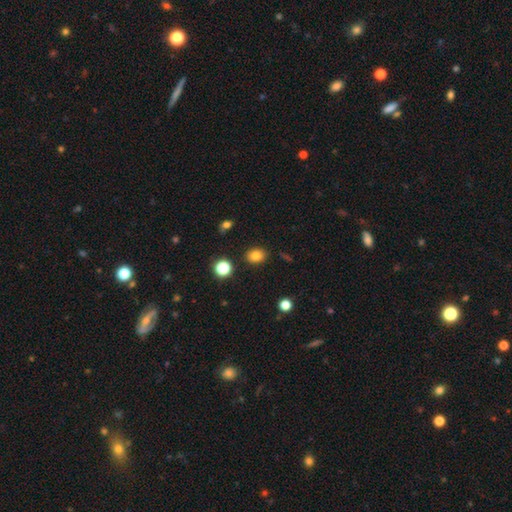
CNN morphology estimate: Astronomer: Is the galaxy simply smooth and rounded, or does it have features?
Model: smooth — 80%.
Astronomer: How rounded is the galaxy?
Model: in between — 53% (runner-up: round, 46%).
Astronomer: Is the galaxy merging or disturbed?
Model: none — 86%.